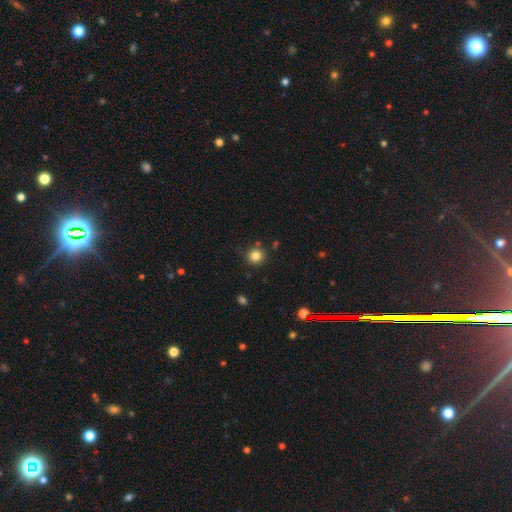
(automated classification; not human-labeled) smooth_or_featured: smooth (p=0.82) [alt: star or artifact p=0.12]
how_rounded: round (p=0.92) [alt: in between p=0.07]
merging: none (p=0.85) [alt: minor disturbance p=0.09]